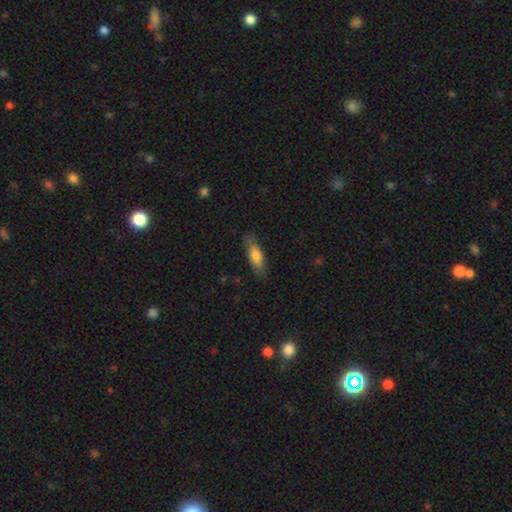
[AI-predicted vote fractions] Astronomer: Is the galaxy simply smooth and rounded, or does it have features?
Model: smooth — 72%.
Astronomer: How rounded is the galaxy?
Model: in between — 53% (runner-up: cigar-shaped, 44%).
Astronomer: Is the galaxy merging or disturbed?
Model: none — 78%.